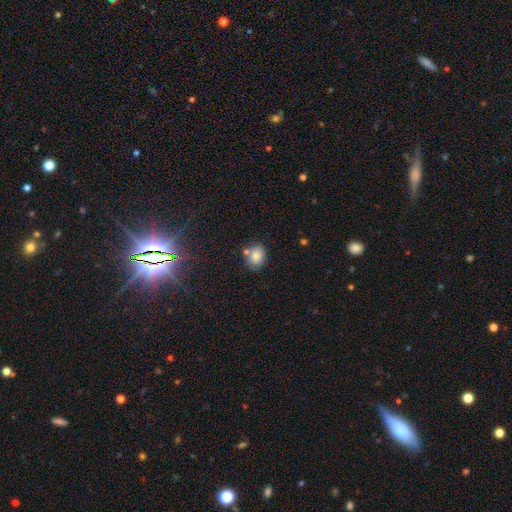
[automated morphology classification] A smooth galaxy with no disk features (82%) that is in between round and cigar-shaped (53%).

Vote fractions:
- Smooth or featured? smooth: 82% / star or artifact: 9% / featured or disk: 8%
- How rounded? in between: 53% / round: 46% / cigar-shaped: 1%
- Merging? none: 64% / minor disturbance: 16% / merger: 16% / major disturbance: 4%